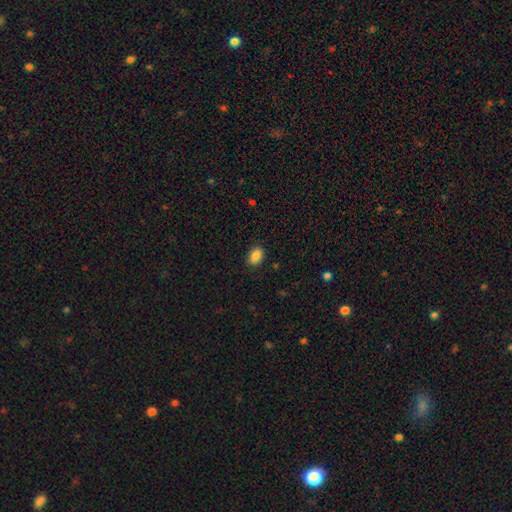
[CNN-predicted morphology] This appears to be a smooth galaxy with no disk features (88%) that is in between round and cigar-shaped (84%). Merging: none (86%).